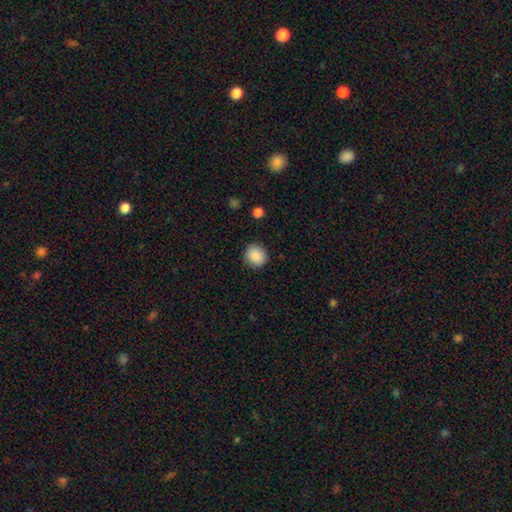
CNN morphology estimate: smooth 88%, star or artifact 8%, featured or disk 4%. Down the decision tree: how rounded — round (85%); merging — none (89%).